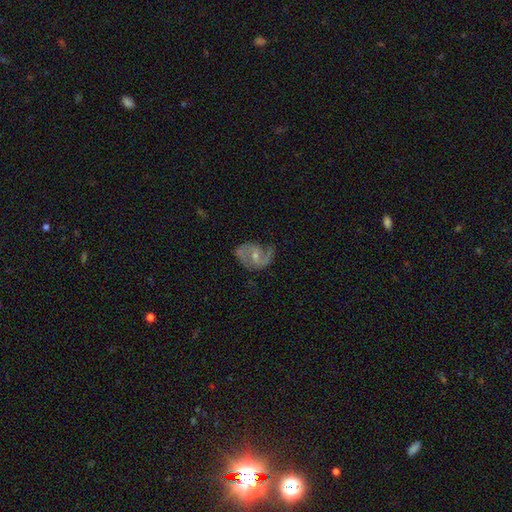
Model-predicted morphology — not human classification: Smooth or featured? Predicted: featured or disk (p=0.84). Edge-on disk? Predicted: no (p=0.98). Bar? Predicted: weak (p=0.48). Spiral arms? Predicted: yes (p=0.95). Spiral winding? Predicted: medium (p=0.52). Spiral arm count? Predicted: 2 (p=0.87). Bulge size? Predicted: small (p=0.52). Merging? Predicted: none (p=0.68).